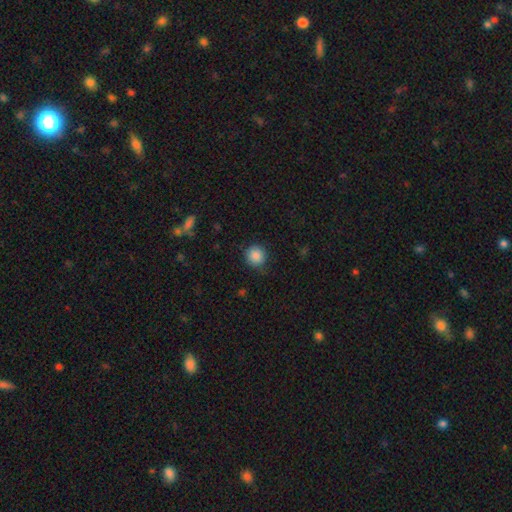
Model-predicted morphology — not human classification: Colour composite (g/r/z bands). It shows a smooth galaxy with no disk features (87%) that is round (91%). Merging: none (81%).